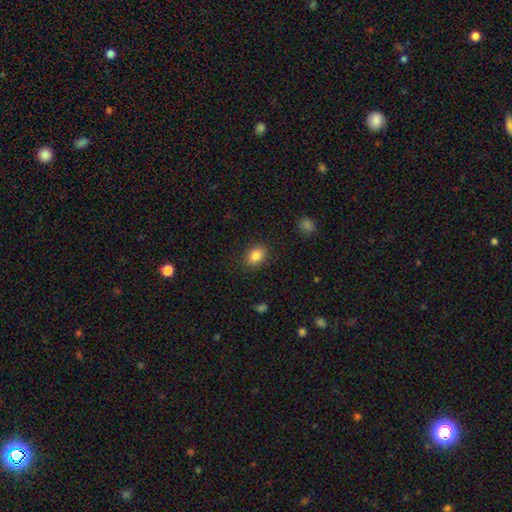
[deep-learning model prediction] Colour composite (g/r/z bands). It shows a smooth galaxy with no disk features (84%) that is in between round and cigar-shaped (64%). Merging: none (87%).